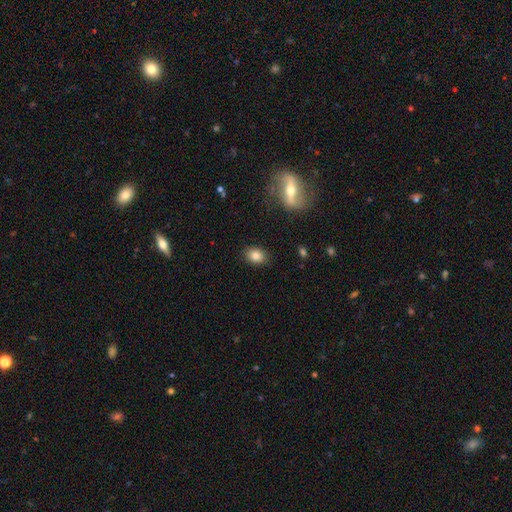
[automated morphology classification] Overall: smooth (83%). How rounded: in between (64%; round 35%). Merging: none (88%).